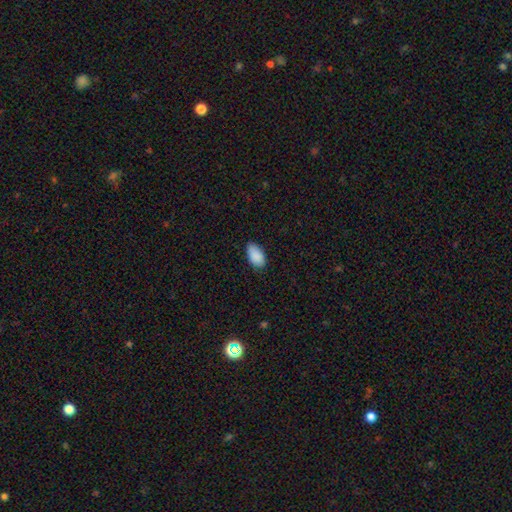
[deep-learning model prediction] A smooth galaxy with no disk features (89%) that is in between round and cigar-shaped (94%).

Vote fractions:
- Smooth or featured? smooth: 89% / star or artifact: 7% / featured or disk: 4%
- How rounded? in between: 94% / round: 3% / cigar-shaped: 2%
- Merging? none: 79% / minor disturbance: 17% / major disturbance: 3% / merger: 1%